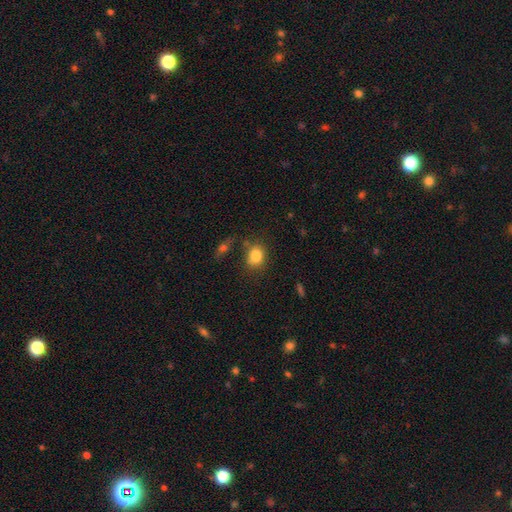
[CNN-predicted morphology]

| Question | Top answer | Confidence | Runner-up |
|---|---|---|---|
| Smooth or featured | smooth | 83% | star or artifact (9%) |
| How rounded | round | 52% | in between (47%) |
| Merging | none | 69% | minor disturbance (18%) |